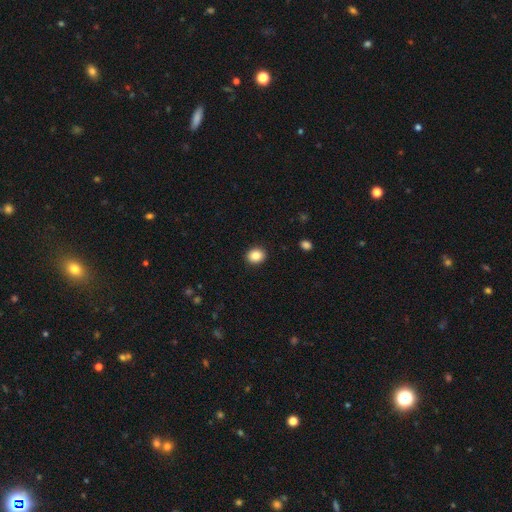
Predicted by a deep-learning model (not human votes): Q: Smooth or featured?
A: smooth (86%); runner-up: star or artifact (9%)
Q: How rounded?
A: round (60%); runner-up: in between (39%)
Q: Merging?
A: none (91%); runner-up: minor disturbance (6%)